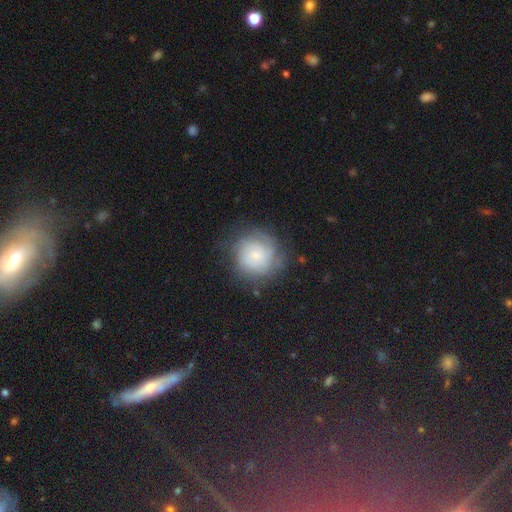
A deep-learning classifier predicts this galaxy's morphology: Smooth or featured?
  - featured or disk: 46% *
  - smooth: 45%
  - star or artifact: 9%
Merging?
  - none: 69% *
  - minor disturbance: 19%
  - major disturbance: 10%
  - merger: 2%